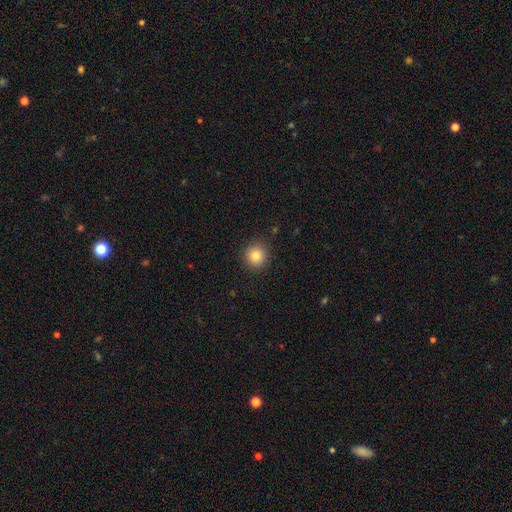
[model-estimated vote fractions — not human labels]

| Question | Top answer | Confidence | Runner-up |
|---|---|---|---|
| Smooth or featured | smooth | 82% | star or artifact (11%) |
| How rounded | round | 93% | in between (6%) |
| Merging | none | 91% | minor disturbance (6%) |